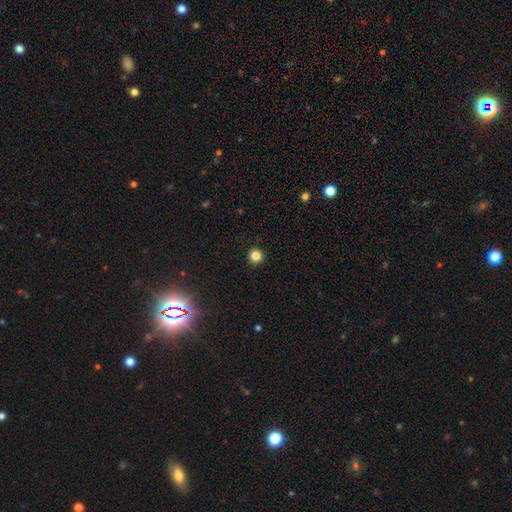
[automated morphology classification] smooth_or_featured: smooth (p=0.83) [alt: star or artifact p=0.13]
how_rounded: round (p=0.96) [alt: in between p=0.03]
merging: none (p=0.93) [alt: minor disturbance p=0.04]